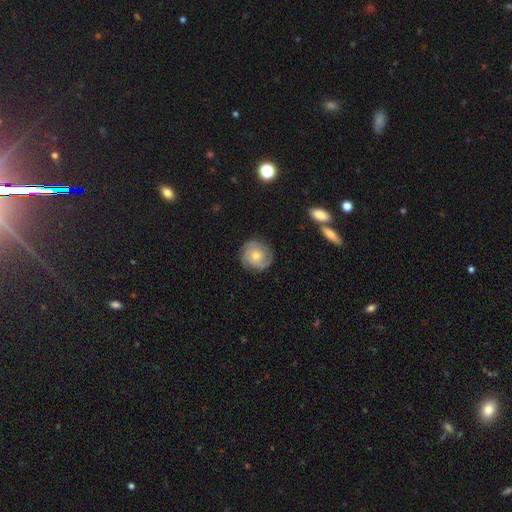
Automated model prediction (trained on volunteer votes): A featured or disk galaxy (53%) with no bar (81%), spiral arms (84%) and a moderate central bulge (53%). Merging: none (81%).